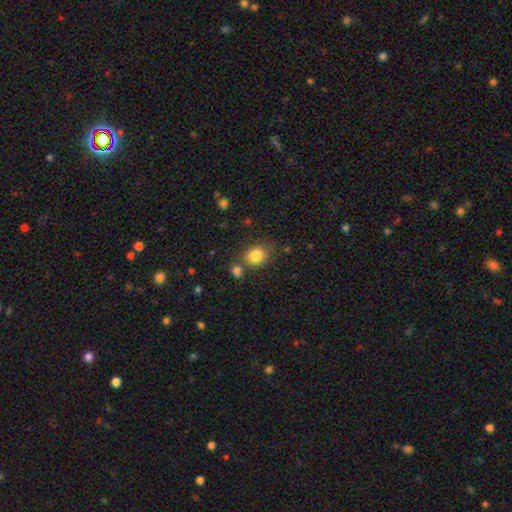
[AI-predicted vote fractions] Overall: smooth (84%). How rounded: round (57%; in between 42%). Merging: none (65%).